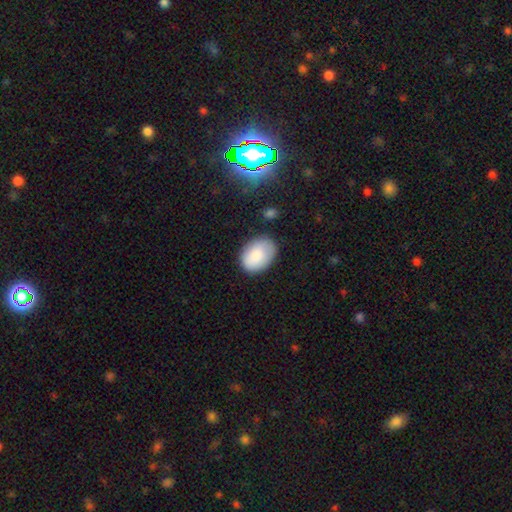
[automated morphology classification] smooth 85%, featured or disk 9%, star or artifact 7%. Down the decision tree: how rounded — in between (77%); merging — none (75%).